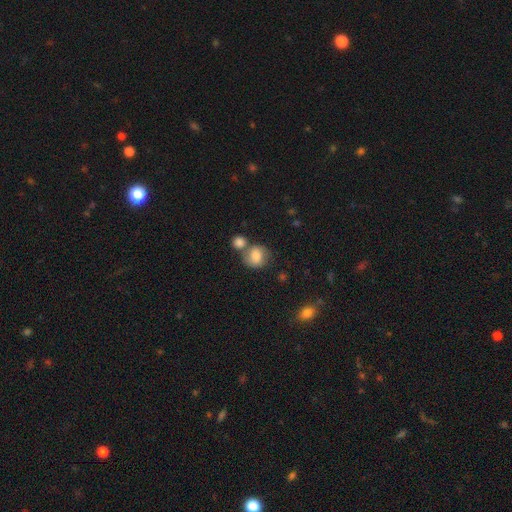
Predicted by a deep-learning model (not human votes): This appears to be a smooth galaxy with no disk features (74%) that is round (72%). Merging: none (44%).